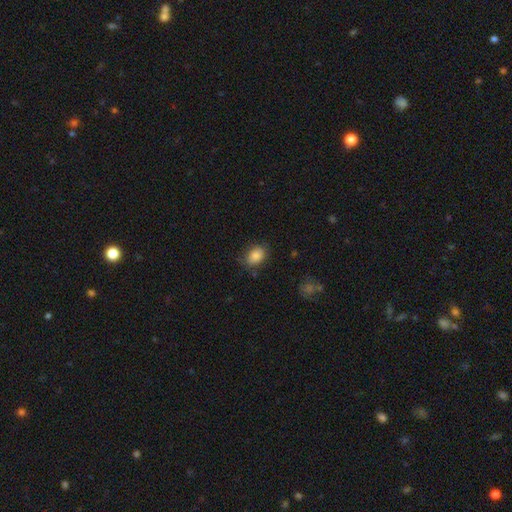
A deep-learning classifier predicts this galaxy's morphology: Smooth or featured: smooth — 86% (star or artifact — 8%)
How rounded: in between — 72% (round — 27%)
Merging: none — 76% (minor disturbance — 18%)